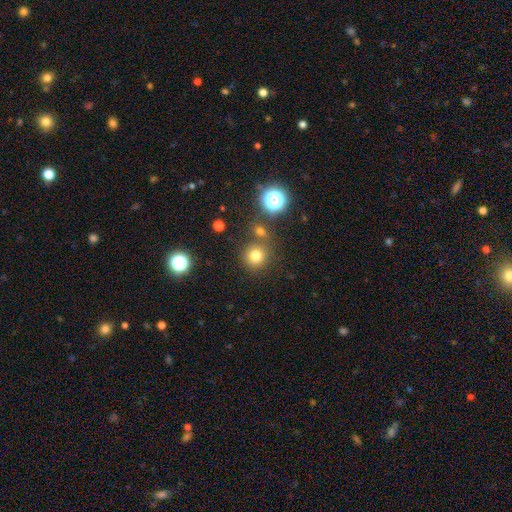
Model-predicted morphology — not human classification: Smooth or featured? Predicted: smooth (p=0.74). How rounded? Predicted: round (p=0.92). Merging? Predicted: none (p=0.76).